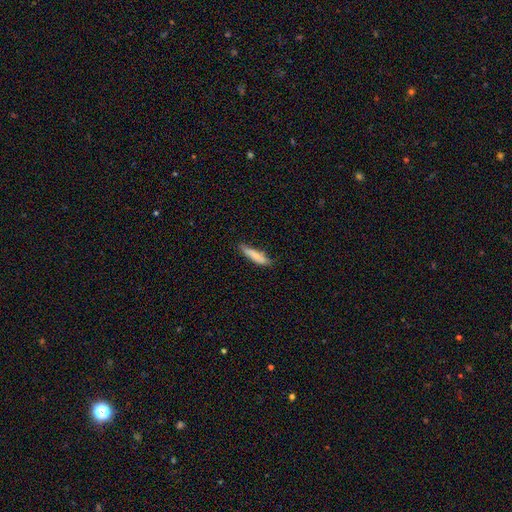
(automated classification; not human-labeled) smooth_or_featured: smooth (p=0.71) [alt: featured or disk p=0.23]
how_rounded: cigar-shaped (p=0.69) [alt: in between p=0.29]
merging: none (p=0.63) [alt: minor disturbance p=0.28]